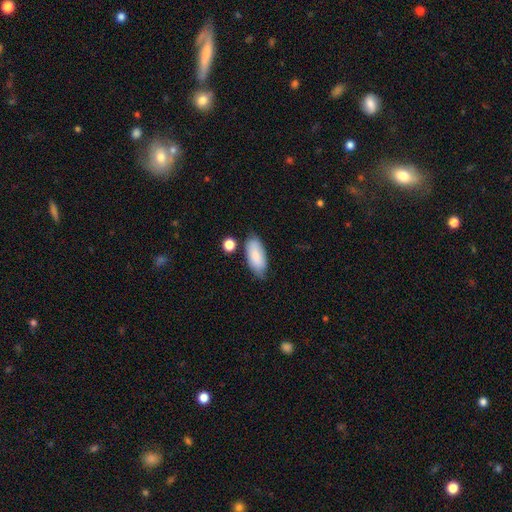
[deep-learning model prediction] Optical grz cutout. It shows a smooth galaxy with no disk features (82%) that is in between round and cigar-shaped (88%). Merging: none (69%).